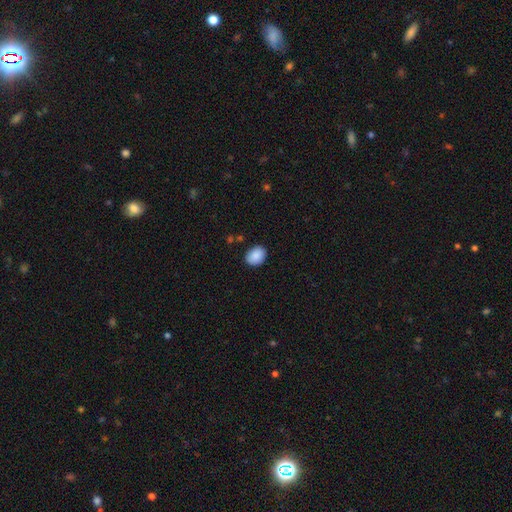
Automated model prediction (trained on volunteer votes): smooth 90%, star or artifact 7%, featured or disk 3%. Down the decision tree: how rounded — in between (64%); merging — none (86%).